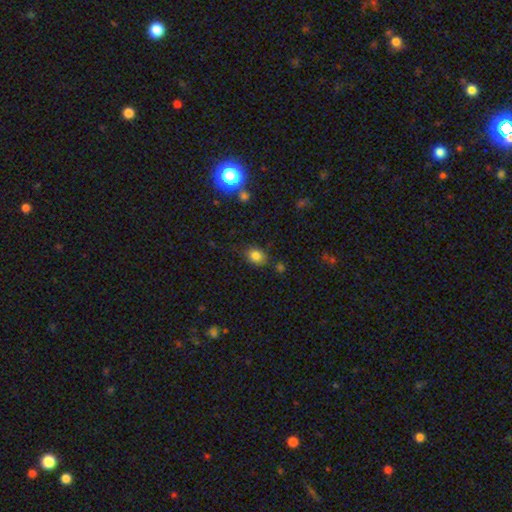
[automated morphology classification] Q: Smooth or featured?
A: smooth (81%); runner-up: star or artifact (12%)
Q: How rounded?
A: in between (58%); runner-up: round (41%)
Q: Merging?
A: none (73%); runner-up: minor disturbance (19%)